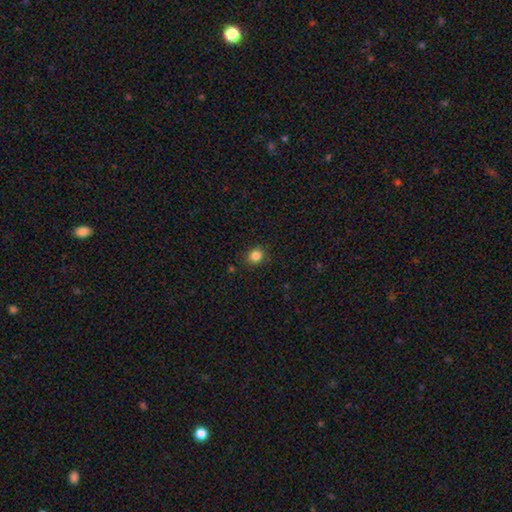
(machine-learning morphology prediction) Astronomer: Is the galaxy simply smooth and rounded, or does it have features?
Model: smooth — 84%.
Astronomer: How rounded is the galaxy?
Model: round — 79%.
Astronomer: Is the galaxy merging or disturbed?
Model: none — 88%.